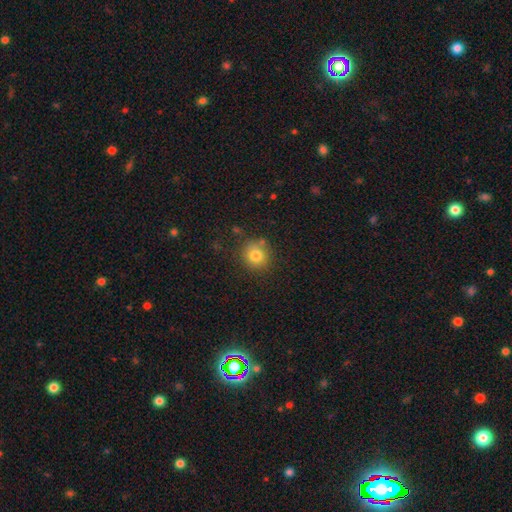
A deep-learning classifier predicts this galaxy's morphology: smooth_or_featured: smooth (p=0.80) [alt: star or artifact p=0.12]
how_rounded: round (p=0.88) [alt: in between p=0.11]
merging: none (p=0.81) [alt: minor disturbance p=0.11]